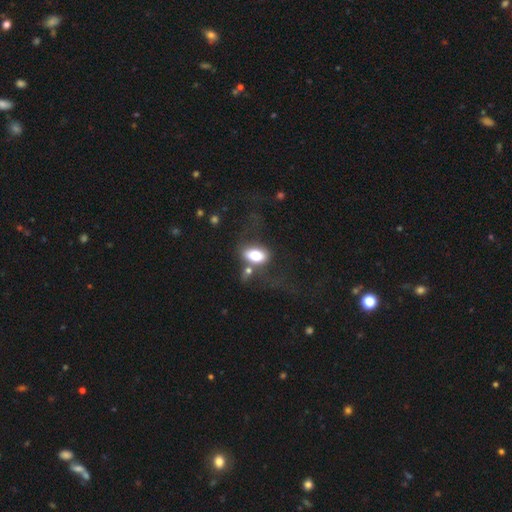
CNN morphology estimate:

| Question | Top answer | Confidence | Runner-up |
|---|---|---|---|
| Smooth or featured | smooth | 73% | featured or disk (19%) |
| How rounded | in between | 89% | round (8%) |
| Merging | none | 37% | major disturbance (26%) |